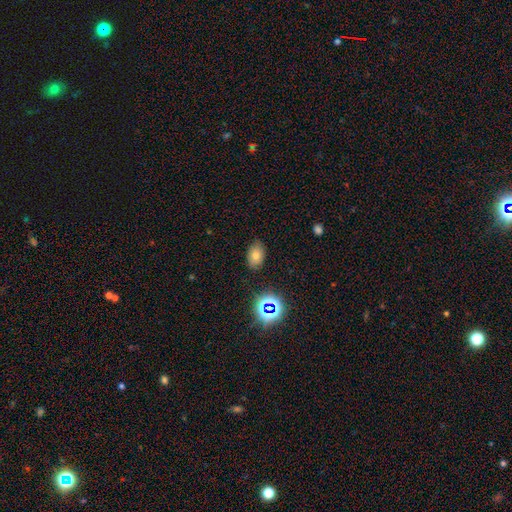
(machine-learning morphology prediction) Smooth or featured?
  - smooth: 71% *
  - star or artifact: 17%
  - featured or disk: 12%
How rounded?
  - in between: 86% *
  - round: 13%
  - cigar-shaped: 1%
Merging?
  - none: 83% *
  - minor disturbance: 13%
  - major disturbance: 3%
  - merger: 2%